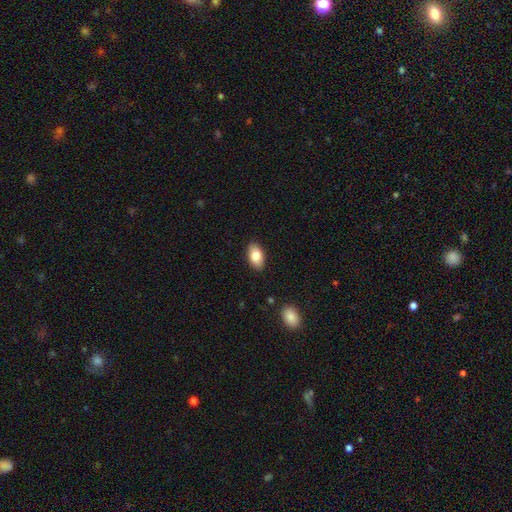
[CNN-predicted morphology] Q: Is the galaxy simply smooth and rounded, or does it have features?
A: smooth — 84%.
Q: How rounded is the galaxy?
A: in between — 93%.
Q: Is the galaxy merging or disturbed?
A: none — 88%.